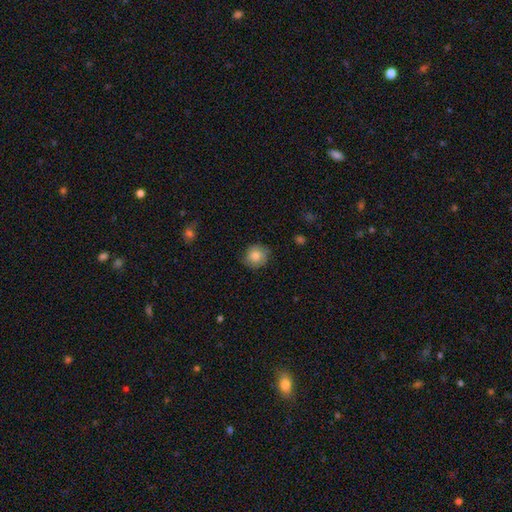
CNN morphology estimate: Smooth or featured?
  - smooth: 84% *
  - star or artifact: 8%
  - featured or disk: 8%
How rounded?
  - round: 87% *
  - in between: 12%
  - cigar-shaped: 1%
Merging?
  - none: 82% *
  - minor disturbance: 14%
  - major disturbance: 3%
  - merger: 1%